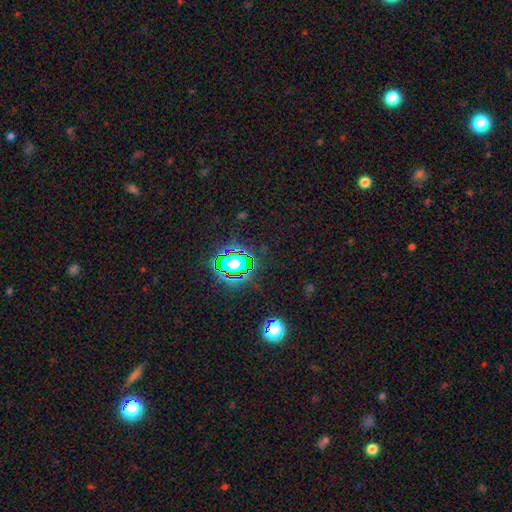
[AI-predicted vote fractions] Q: Smooth or featured?
A: star or artifact (79%); runner-up: smooth (14%)